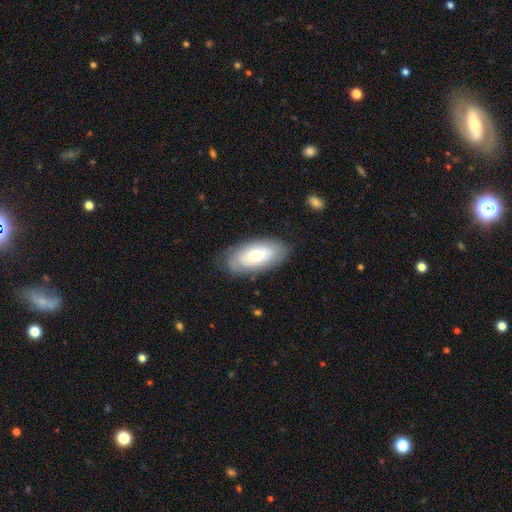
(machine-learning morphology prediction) Q: Smooth or featured?
A: smooth (53%); runner-up: featured or disk (41%)
Q: How rounded?
A: in between (91%); runner-up: cigar-shaped (5%)
Q: Merging?
A: none (79%); runner-up: minor disturbance (15%)